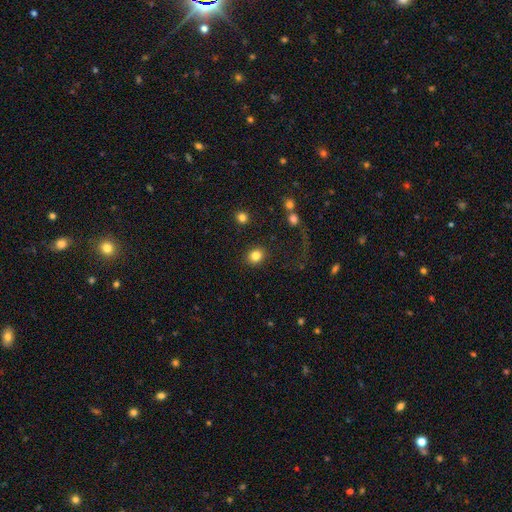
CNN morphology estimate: smooth-or-featured: smooth: 84% | star or artifact: 10% | featured or disk: 6%
  how-rounded: round: 70% | in between: 29% | cigar-shaped: 1%
  merging: none: 88% | minor disturbance: 7% | major disturbance: 3% | merger: 2%